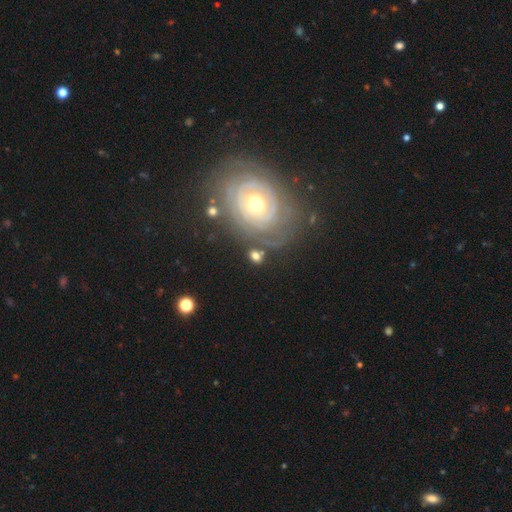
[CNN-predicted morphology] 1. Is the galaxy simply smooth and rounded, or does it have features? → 46% featured or disk, 44% smooth, 11% star or artifact.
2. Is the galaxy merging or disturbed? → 68% none, 14% minor disturbance, 9% merger, 8% major disturbance.